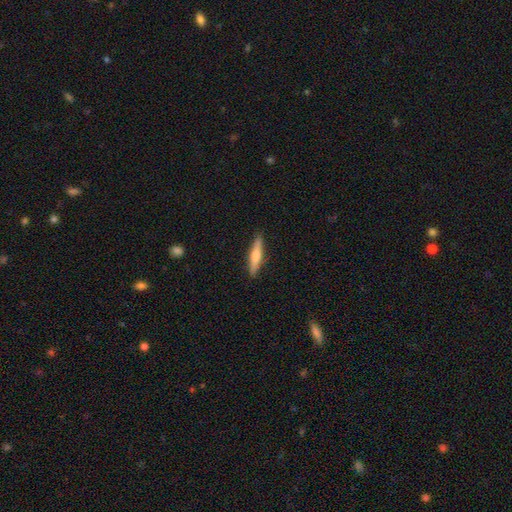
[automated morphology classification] smooth-or-featured: smooth: 50% | featured or disk: 44% | star or artifact: 6%
  how-rounded: cigar-shaped: 84% | in between: 14% | round: 2%
  merging: none: 90% | minor disturbance: 7% | major disturbance: 2% | merger: 1%